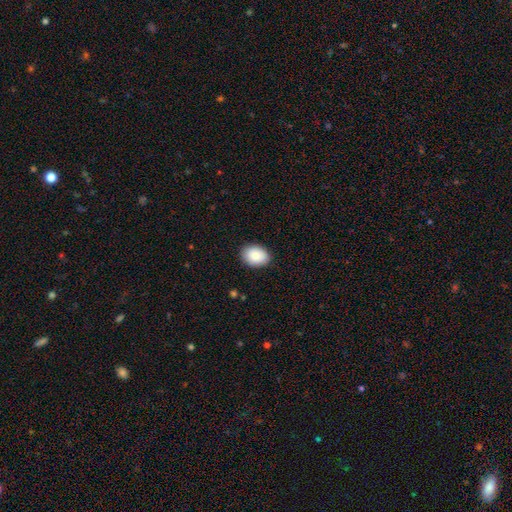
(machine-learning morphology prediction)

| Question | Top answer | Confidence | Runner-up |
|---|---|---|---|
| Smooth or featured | smooth | 90% | star or artifact (6%) |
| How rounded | in between | 73% | round (26%) |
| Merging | none | 89% | minor disturbance (9%) |